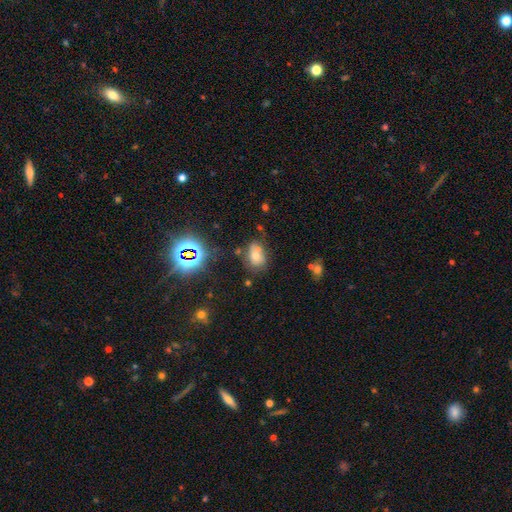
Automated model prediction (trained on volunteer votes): Q: Smooth or featured?
A: smooth (56%); runner-up: star or artifact (23%)
Q: How rounded?
A: in between (74%); runner-up: round (25%)
Q: Merging?
A: none (59%); runner-up: minor disturbance (22%)